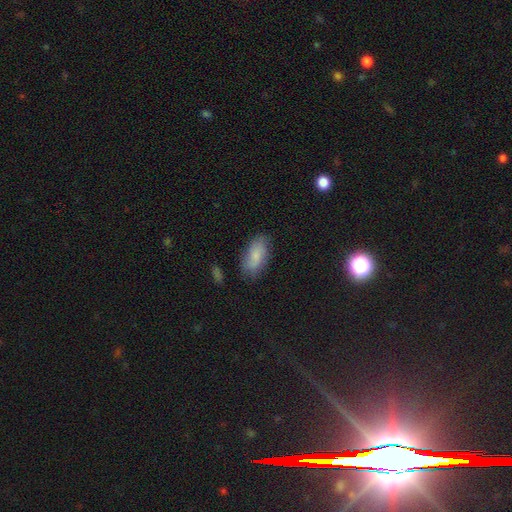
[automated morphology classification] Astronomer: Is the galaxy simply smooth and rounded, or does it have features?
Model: smooth — 79%.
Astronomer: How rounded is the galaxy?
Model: in between — 91%.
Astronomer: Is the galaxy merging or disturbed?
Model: none — 78%.